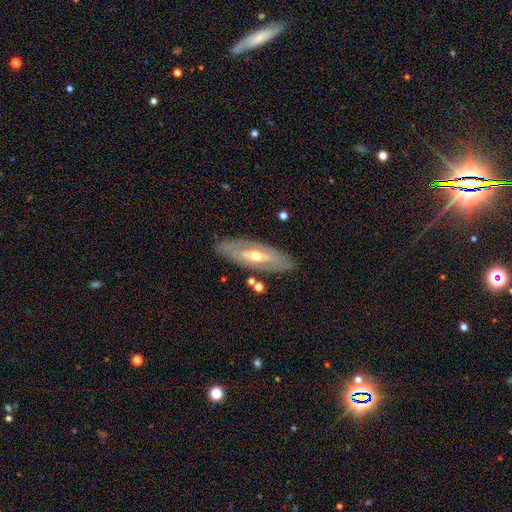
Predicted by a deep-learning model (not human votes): Smooth or featured? Predicted: featured or disk (p=0.71). Edge-on disk? Predicted: no (p=0.75). Bar? Predicted: no (p=0.45). Spiral arms? Predicted: no (p=0.59). Bulge size? Predicted: moderate (p=0.63). Merging? Predicted: none (p=0.82).